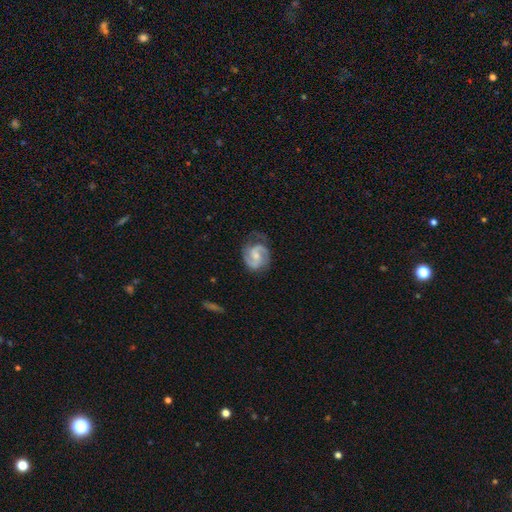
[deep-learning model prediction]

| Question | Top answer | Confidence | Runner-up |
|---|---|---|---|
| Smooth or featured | featured or disk | 84% | smooth (11%) |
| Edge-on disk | no | 98% | yes (2%) |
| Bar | weak | 49% | no (38%) |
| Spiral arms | yes | 97% | no (3%) |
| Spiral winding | medium | 54% | tight (27%) |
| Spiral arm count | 2 | 90% | can't tell (4%) |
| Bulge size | small | 45% | moderate (43%) |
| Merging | none | 69% | minor disturbance (21%) |